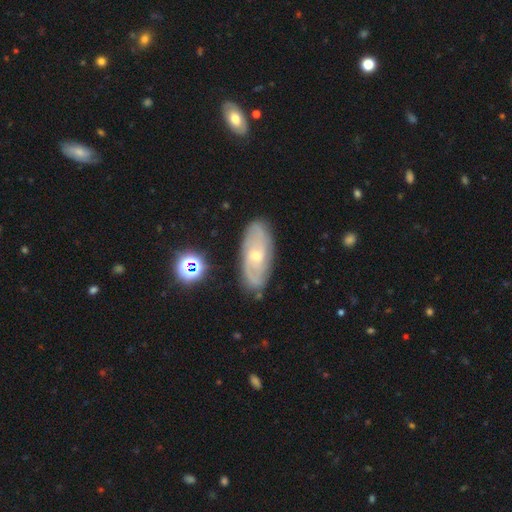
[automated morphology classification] smooth-or-featured: featured or disk: 73% | smooth: 19% | star or artifact: 8%
  disk-edge-on: no: 90% | yes: 10%
    bar: no: 55% | weak: 38% | strong: 7%
    has-spiral-arms: yes: 89% | no: 11%
      spiral-winding: tight: 44% | medium: 39% | loose: 17%
      spiral-arm-count: 2: 45% | can't tell: 35% | 3: 10% | 4: 4% | 1: 3% | more than 4: 3%
    bulge-size: small: 56% | moderate: 40% | large: 1% | none: 1% | dominant: 1%
  merging: none: 80% | minor disturbance: 15% | major disturbance: 3% | merger: 2%